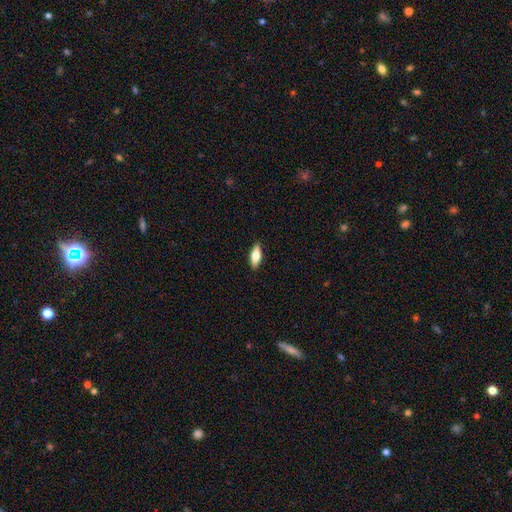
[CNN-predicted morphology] Smooth or featured: smooth — 63% (featured or disk — 31%)
How rounded: in between — 66% (cigar-shaped — 31%)
Merging: none — 89% (minor disturbance — 8%)